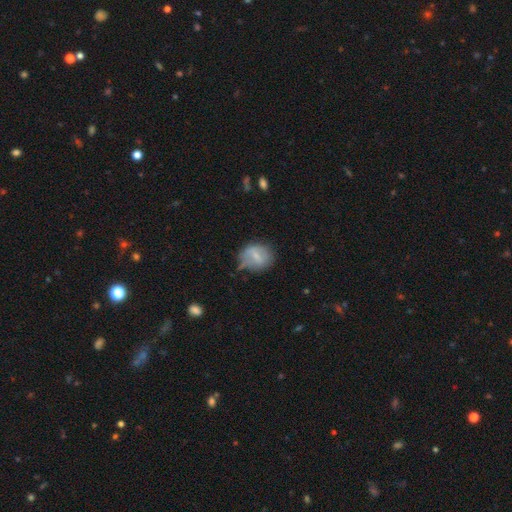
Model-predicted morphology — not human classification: Smooth or featured: smooth — 59% (featured or disk — 33%)
How rounded: round — 54% (in between — 44%)
Merging: none — 51% (minor disturbance — 33%)